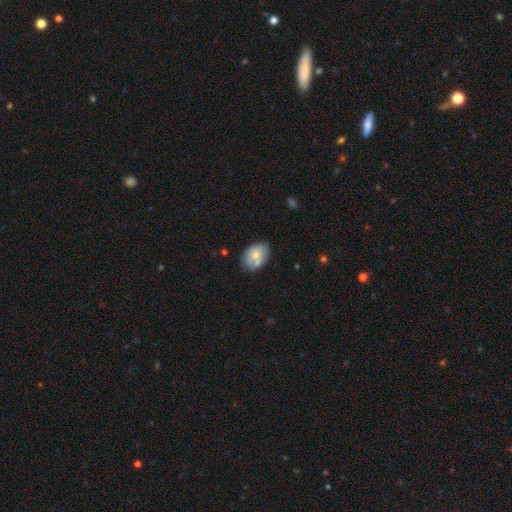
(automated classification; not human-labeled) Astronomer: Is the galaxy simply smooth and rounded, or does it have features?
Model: smooth — 70%.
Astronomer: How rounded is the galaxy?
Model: in between — 80%.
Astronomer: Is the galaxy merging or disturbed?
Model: none — 58%.